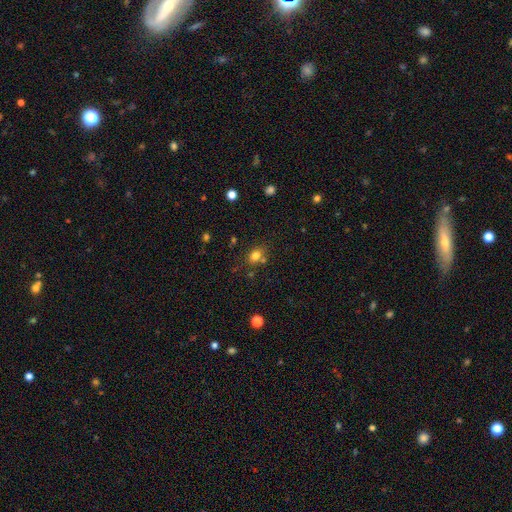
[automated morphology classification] The model was most divided on "how rounded": round: 53%, in between: 45%, cigar-shaped: 1%. More confident: smooth or featured — smooth (77%); merging — none (68%).